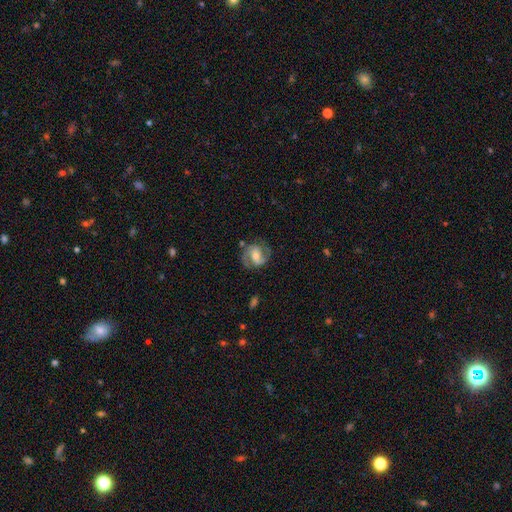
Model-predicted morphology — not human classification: The model was most divided on "bar": weak: 45%, no: 34%, strong: 20%. More confident: edge-on disk — no (98%); spiral arms — yes (95%); spiral arm count — 2 (90%); smooth or featured — featured or disk (83%); merging — none (77%); bulge size — moderate (60%); spiral winding — medium (54%).